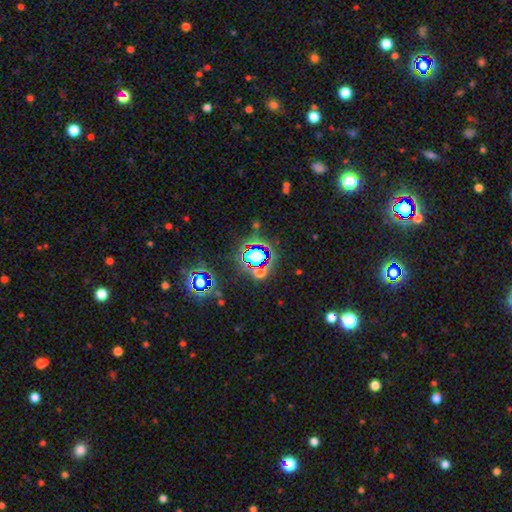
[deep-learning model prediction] Smooth or featured?
  - star or artifact: 61% *
  - smooth: 28%
  - featured or disk: 12%